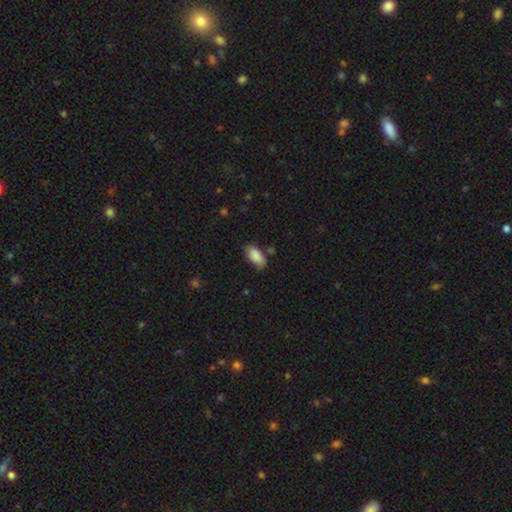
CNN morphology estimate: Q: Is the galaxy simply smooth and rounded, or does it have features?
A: smooth — 87%.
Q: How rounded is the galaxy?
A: in between — 92%.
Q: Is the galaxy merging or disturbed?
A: none — 70%.